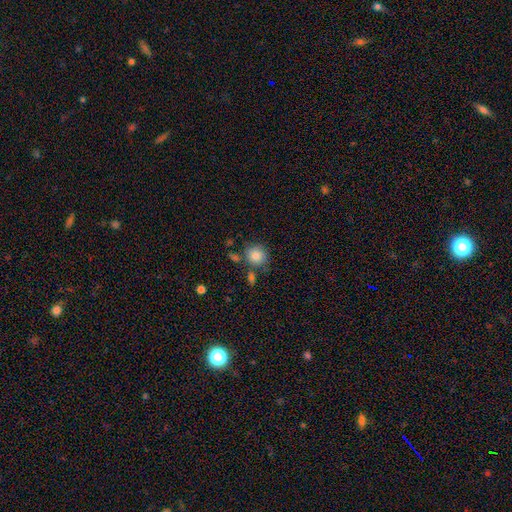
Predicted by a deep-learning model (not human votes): smooth-or-featured: smooth: 83% | star or artifact: 9% | featured or disk: 8%
  how-rounded: round: 86% | in between: 13% | cigar-shaped: 1%
  merging: none: 71% | minor disturbance: 14% | merger: 11% | major disturbance: 4%